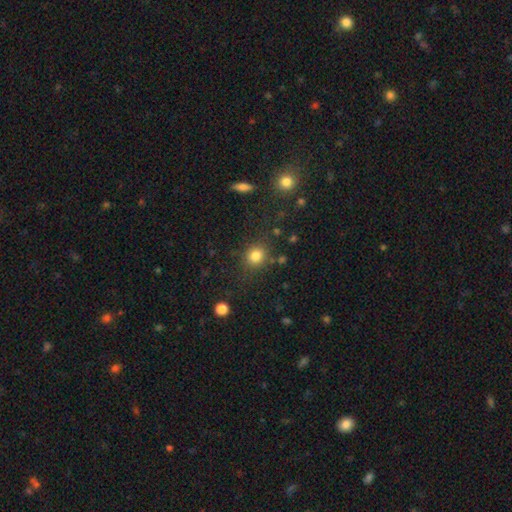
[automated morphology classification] Smooth or featured: smooth — 82% (star or artifact — 13%)
How rounded: round — 80% (in between — 19%)
Merging: none — 80% (minor disturbance — 11%)